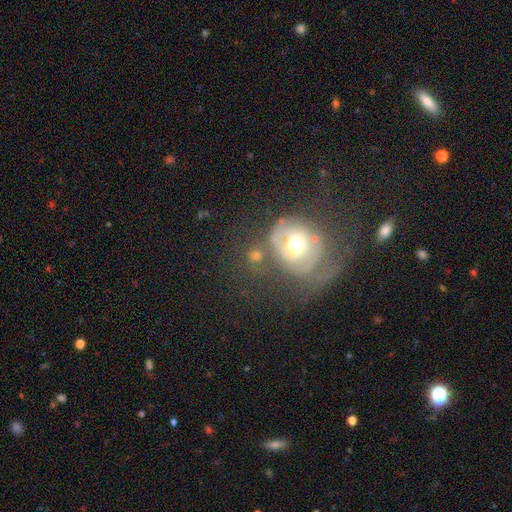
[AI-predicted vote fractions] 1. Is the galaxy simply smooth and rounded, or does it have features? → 48% featured or disk, 39% smooth, 13% star or artifact.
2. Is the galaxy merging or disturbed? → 41% none, 21% major disturbance, 21% merger, 18% minor disturbance.